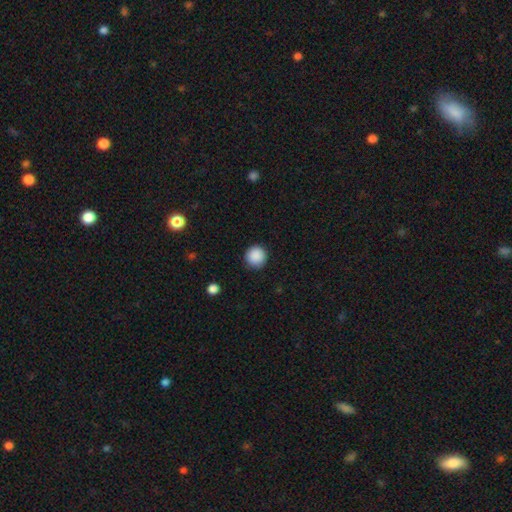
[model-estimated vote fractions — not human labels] Overall: smooth (89%). How rounded: round (95%). Merging: none (91%).